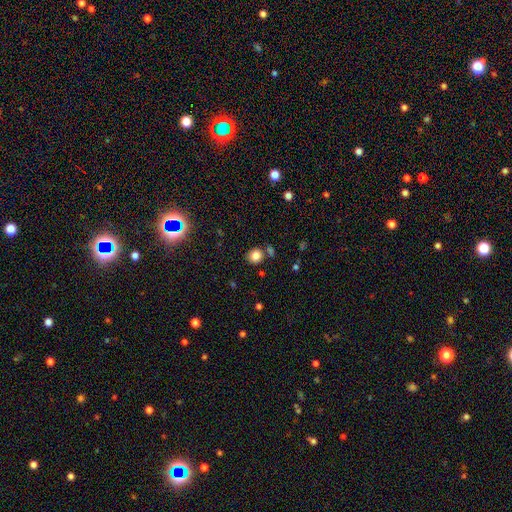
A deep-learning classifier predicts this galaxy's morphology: The model was most divided on "merging": none: 79%, minor disturbance: 10%, merger: 8%, major disturbance: 3%. More confident: how rounded — round (85%); smooth or featured — smooth (82%).